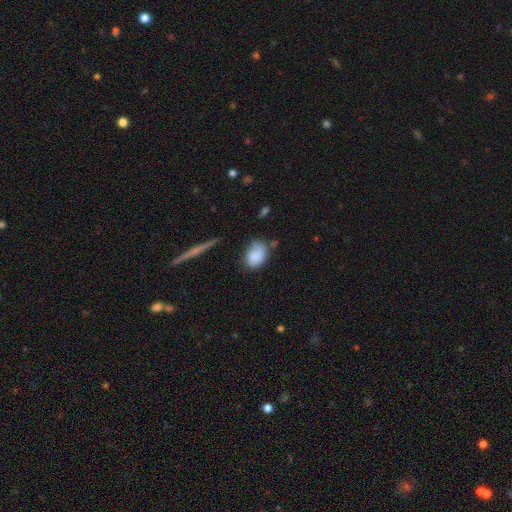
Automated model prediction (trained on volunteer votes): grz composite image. It shows a smooth galaxy with no disk features (85%) that is in between round and cigar-shaped (80%). Merging: none (58%).